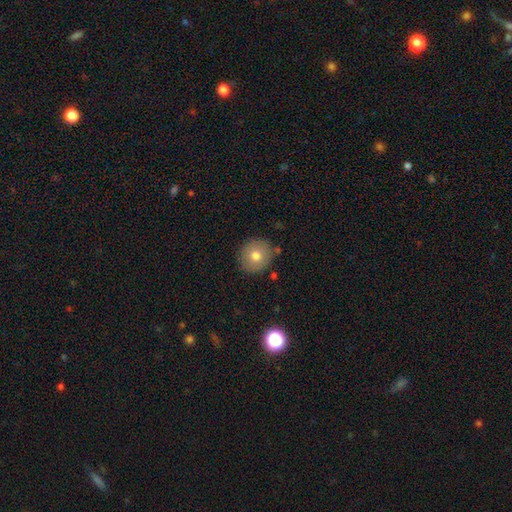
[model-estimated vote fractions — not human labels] Smooth or featured?
  - smooth: 75% *
  - featured or disk: 15%
  - star or artifact: 10%
How rounded?
  - round: 90% *
  - in between: 10%
  - cigar-shaped: 1%
Merging?
  - none: 85% *
  - minor disturbance: 9%
  - merger: 3%
  - major disturbance: 3%